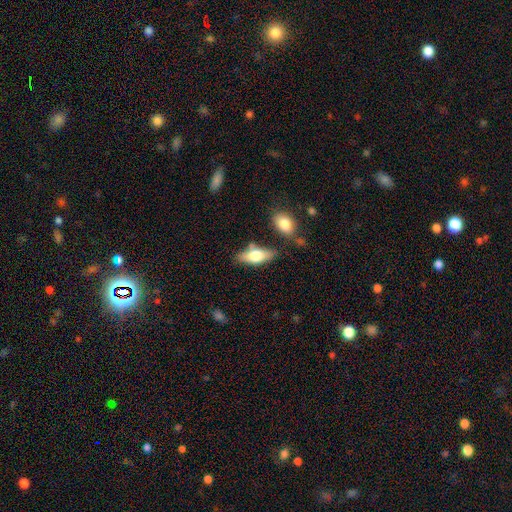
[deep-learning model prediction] smooth 64%, featured or disk 29%, star or artifact 6%. Down the decision tree: how rounded — in between (74%); merging — none (72%).